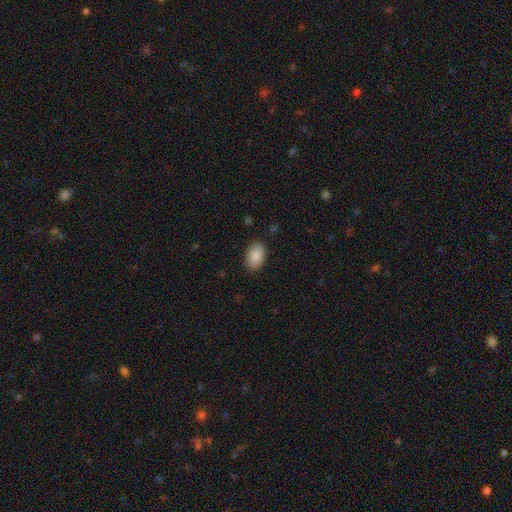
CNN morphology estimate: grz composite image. It shows a smooth galaxy with no disk features (88%) that is in between round and cigar-shaped (91%). Merging: none (87%).